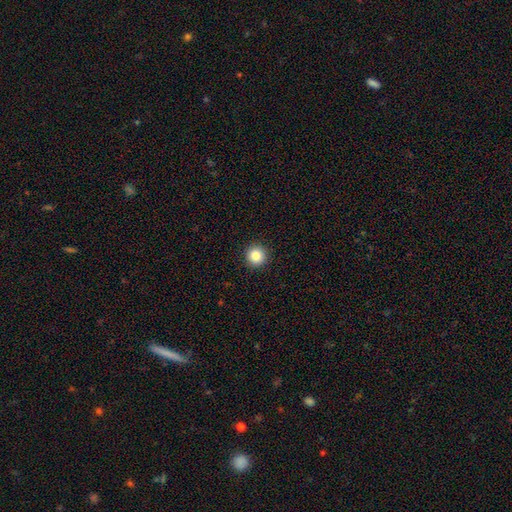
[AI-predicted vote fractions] Smooth or featured?
  - smooth: 85% *
  - star or artifact: 10%
  - featured or disk: 5%
How rounded?
  - round: 96% *
  - in between: 3%
  - cigar-shaped: 1%
Merging?
  - none: 93% *
  - minor disturbance: 4%
  - major disturbance: 2%
  - merger: 1%